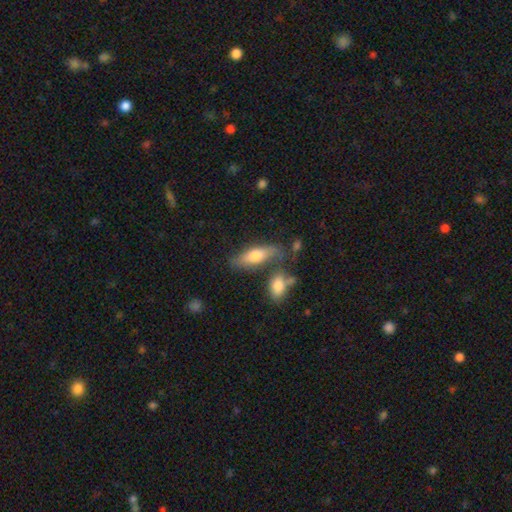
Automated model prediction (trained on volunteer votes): smooth_or_featured: smooth (p=0.65) [alt: featured or disk p=0.28]
how_rounded: in between (p=0.54) [alt: cigar-shaped p=0.44]
merging: none (p=0.60) [alt: minor disturbance p=0.17]